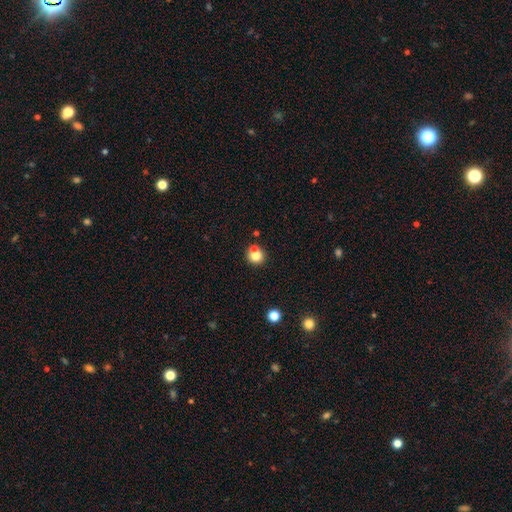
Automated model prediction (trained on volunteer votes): smooth_or_featured: smooth (p=0.76) [alt: featured or disk p=0.13]
how_rounded: round (p=0.87) [alt: in between p=0.12]
merging: none (p=0.55) [alt: merger p=0.34]